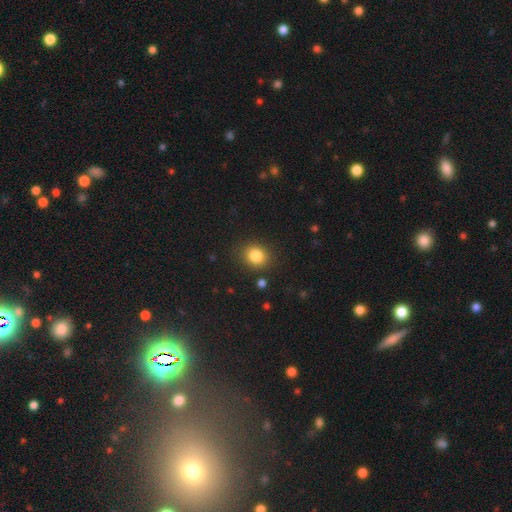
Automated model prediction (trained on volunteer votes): A smooth galaxy with no disk features (84%) that is round (72%).

Vote fractions:
- Smooth or featured? smooth: 84% / star or artifact: 11% / featured or disk: 6%
- How rounded? round: 72% / in between: 27% / cigar-shaped: 1%
- Merging? none: 86% / minor disturbance: 9% / major disturbance: 3% / merger: 2%